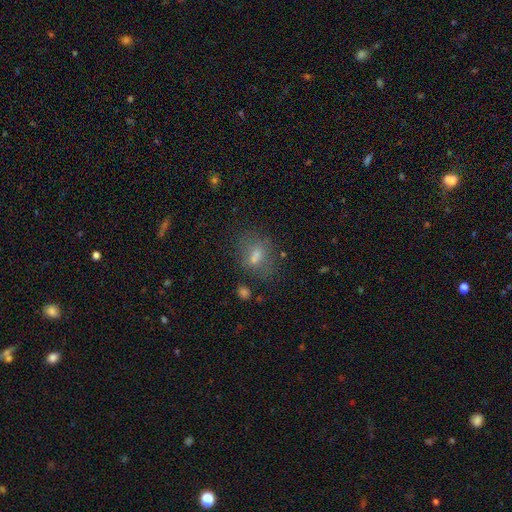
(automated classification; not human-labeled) Smooth or featured: smooth — 61% (featured or disk — 22%)
How rounded: in between — 63% (round — 32%)
Merging: none — 64% (minor disturbance — 18%)